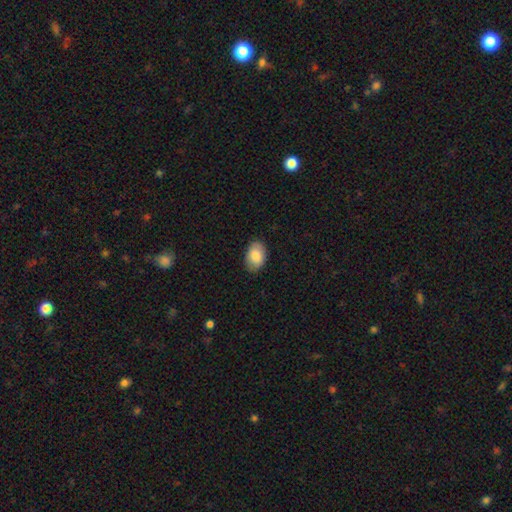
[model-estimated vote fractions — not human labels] Q: Smooth or featured?
A: smooth (85%); runner-up: featured or disk (8%)
Q: How rounded?
A: in between (87%); runner-up: round (12%)
Q: Merging?
A: none (85%); runner-up: minor disturbance (12%)